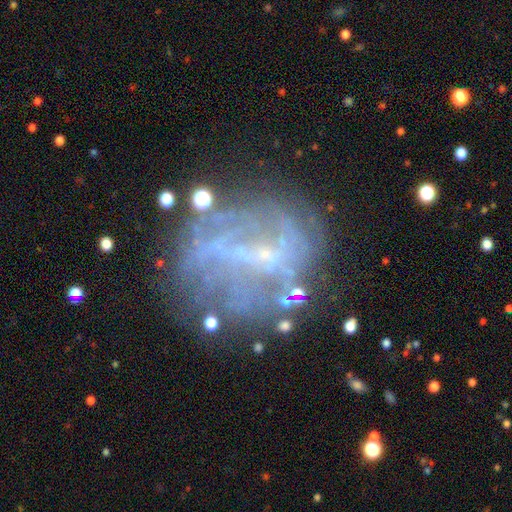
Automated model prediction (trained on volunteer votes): This is likely a featured or disk galaxy (65%). It is clearly not viewed edge-on (96%). Bar: marginally weak (37%). Spiral arm pattern: likely no (61%). Central bulge: possibly small (54%). Merging: possibly none (56%).